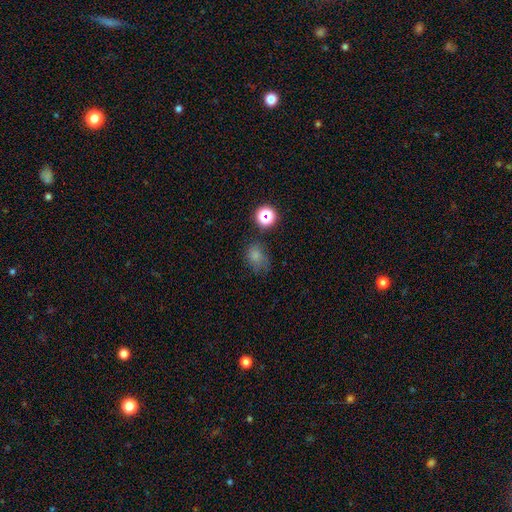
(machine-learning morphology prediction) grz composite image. It shows a smooth galaxy with no disk features (72%) that is in between round and cigar-shaped (52%). Merging: none (54%).